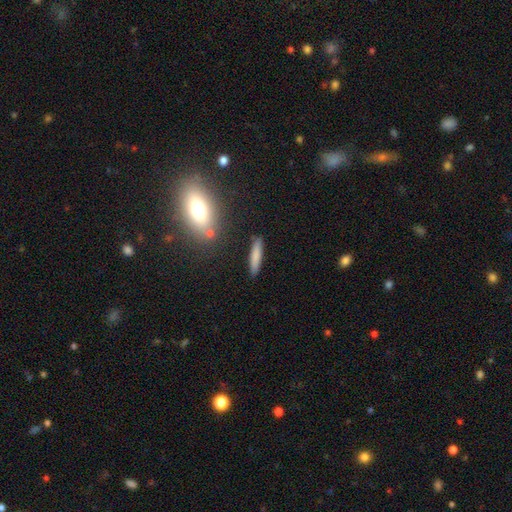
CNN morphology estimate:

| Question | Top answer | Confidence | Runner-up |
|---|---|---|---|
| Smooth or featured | smooth | 79% | featured or disk (14%) |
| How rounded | cigar-shaped | 85% | in between (13%) |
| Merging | none | 87% | minor disturbance (9%) |